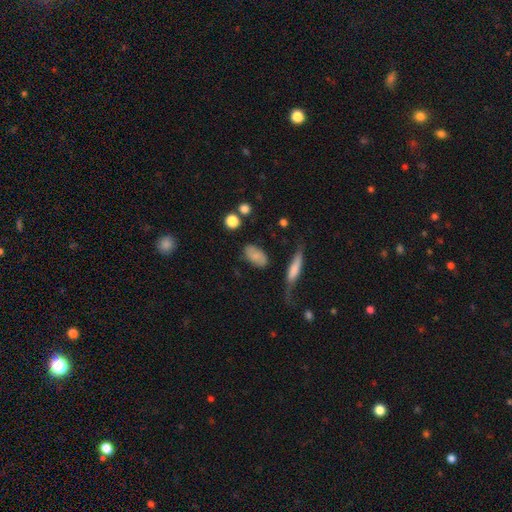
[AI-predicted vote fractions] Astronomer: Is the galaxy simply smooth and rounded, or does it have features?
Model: smooth — 72%.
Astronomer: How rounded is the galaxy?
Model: in between — 88%.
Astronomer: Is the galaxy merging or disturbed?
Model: none — 68%.